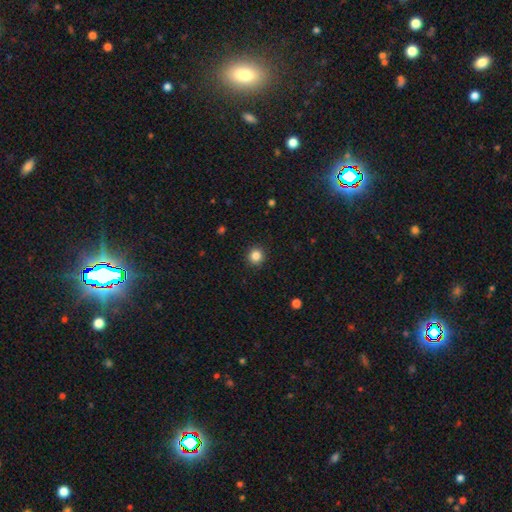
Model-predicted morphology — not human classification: Q: Smooth or featured?
A: smooth (84%); runner-up: star or artifact (11%)
Q: How rounded?
A: round (94%); runner-up: in between (5%)
Q: Merging?
A: none (92%); runner-up: minor disturbance (5%)